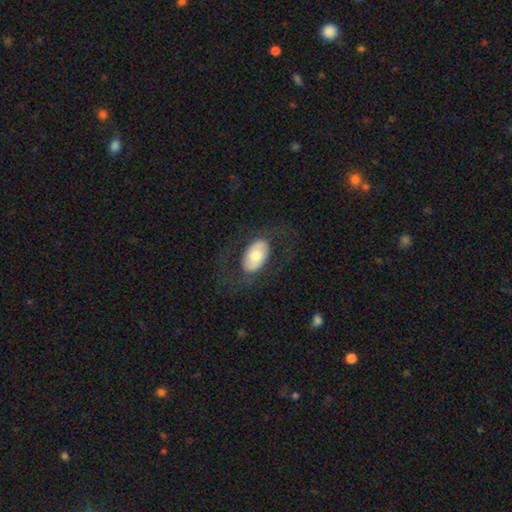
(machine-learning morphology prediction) Smooth or featured?
  - smooth: 58% *
  - featured or disk: 36%
  - star or artifact: 6%
How rounded?
  - in between: 93% *
  - round: 5%
  - cigar-shaped: 1%
Merging?
  - none: 73% *
  - major disturbance: 13%
  - minor disturbance: 13%
  - merger: 1%